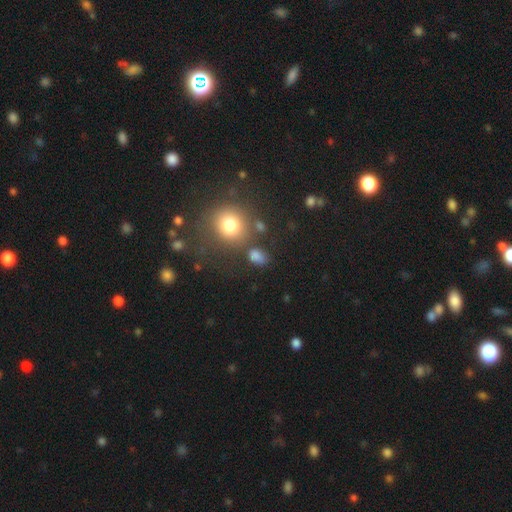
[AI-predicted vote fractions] smooth-or-featured: smooth: 78% | star or artifact: 15% | featured or disk: 6%
  how-rounded: in between: 61% | round: 37% | cigar-shaped: 2%
  merging: none: 70% | minor disturbance: 15% | merger: 9% | major disturbance: 7%